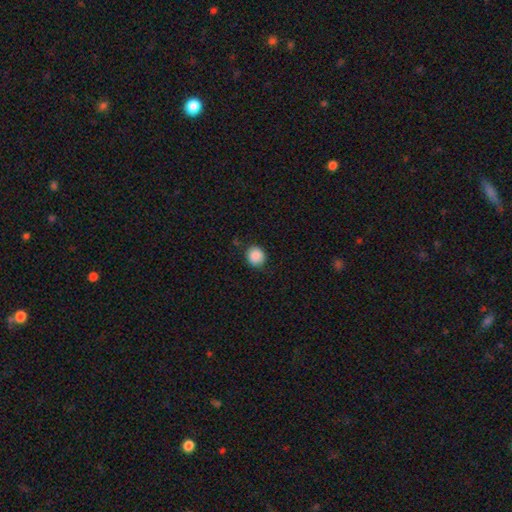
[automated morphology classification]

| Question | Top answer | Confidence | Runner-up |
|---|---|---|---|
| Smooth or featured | smooth | 88% | star or artifact (9%) |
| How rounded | round | 89% | in between (11%) |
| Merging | none | 85% | minor disturbance (11%) |